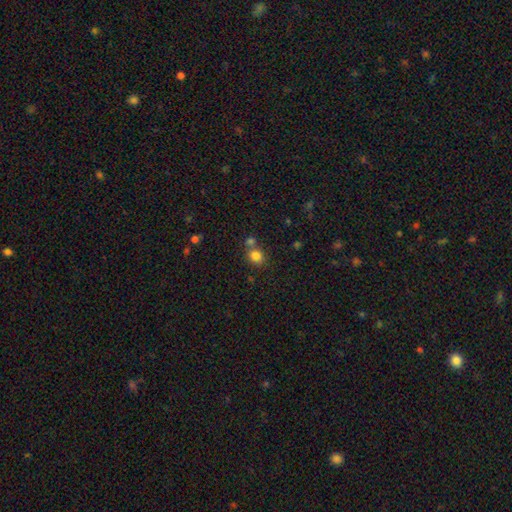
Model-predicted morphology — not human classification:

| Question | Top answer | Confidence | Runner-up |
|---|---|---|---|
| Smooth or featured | smooth | 82% | star or artifact (12%) |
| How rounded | round | 72% | in between (27%) |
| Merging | none | 59% | merger (29%) |